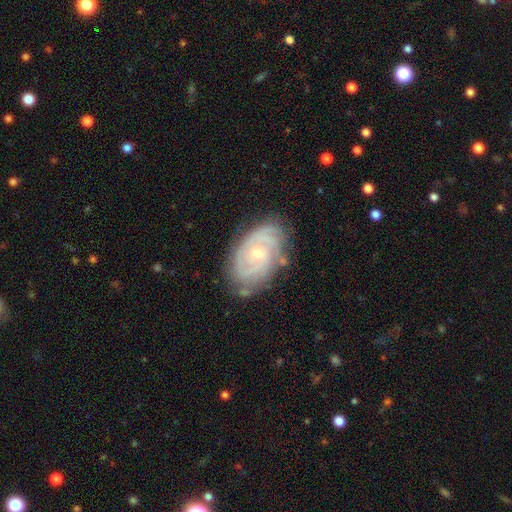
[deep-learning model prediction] featured or disk 82%, smooth 12%, star or artifact 7%. Down the decision tree: edge-on disk — no (96%); bar — no (69%); spiral arms — yes (94%); spiral arm count — 2 (38%); spiral winding — tight (70%); bulge size — small (62%); merging — none (76%).